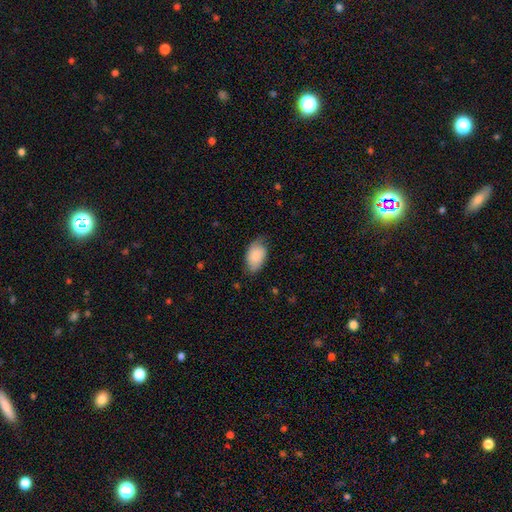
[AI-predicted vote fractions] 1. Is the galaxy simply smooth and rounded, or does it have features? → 86% smooth, 8% featured or disk, 6% star or artifact.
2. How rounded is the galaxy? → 93% in between, 6% round, 1% cigar-shaped.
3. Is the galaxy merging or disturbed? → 68% none, 26% minor disturbance, 5% major disturbance, 1% merger.